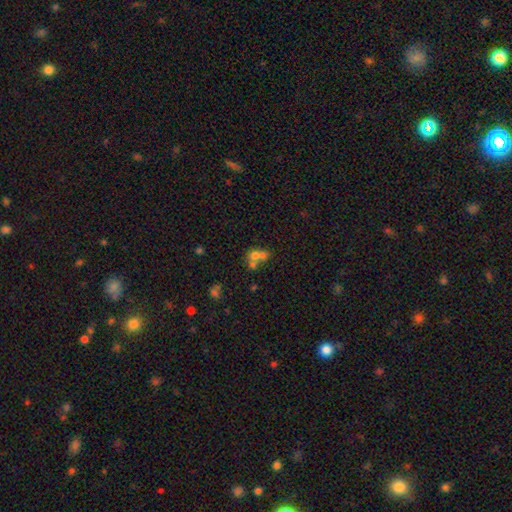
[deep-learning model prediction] A smooth galaxy with no disk features (60%) that is round (60%). Merging: merger (62%).